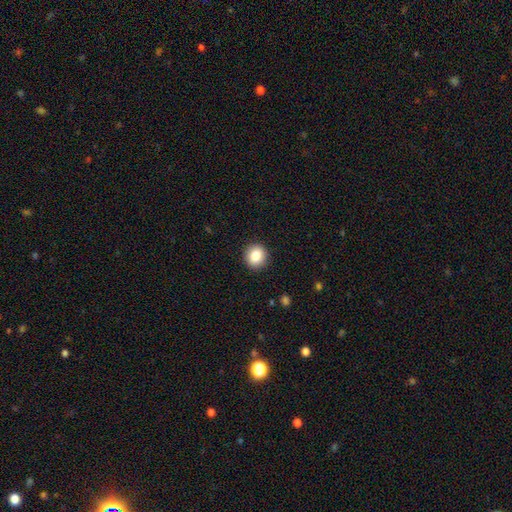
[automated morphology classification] A smooth galaxy with no disk features (83%) that is round (90%). Merging: none (92%).